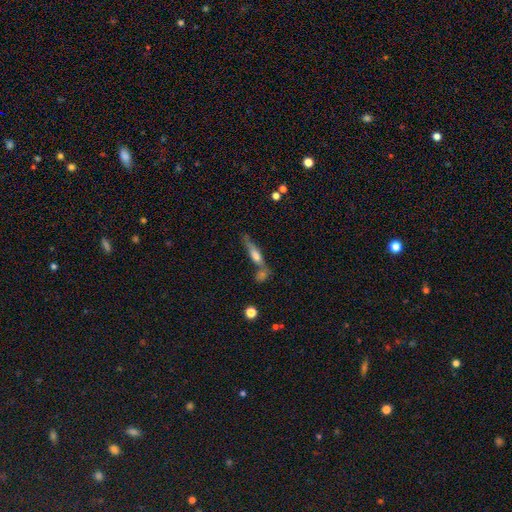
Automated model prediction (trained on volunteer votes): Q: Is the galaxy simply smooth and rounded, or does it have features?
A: smooth — 51%.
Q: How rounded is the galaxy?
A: cigar-shaped — 77%.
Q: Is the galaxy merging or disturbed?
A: none — 53%.